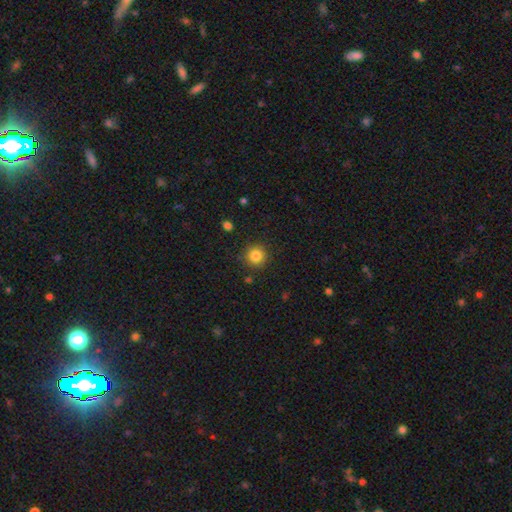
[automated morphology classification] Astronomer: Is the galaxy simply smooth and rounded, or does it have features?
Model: smooth — 83%.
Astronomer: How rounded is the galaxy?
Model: round — 94%.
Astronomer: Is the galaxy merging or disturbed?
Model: none — 89%.